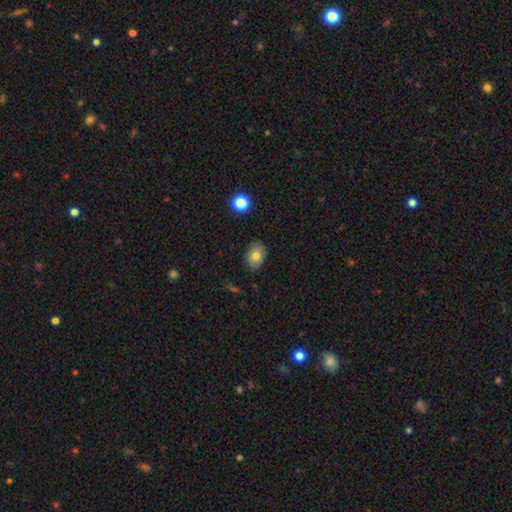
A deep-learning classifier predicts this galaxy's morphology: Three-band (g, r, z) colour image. It shows a smooth galaxy with no disk features (77%) that is in between round and cigar-shaped (74%). Merging: none (85%).